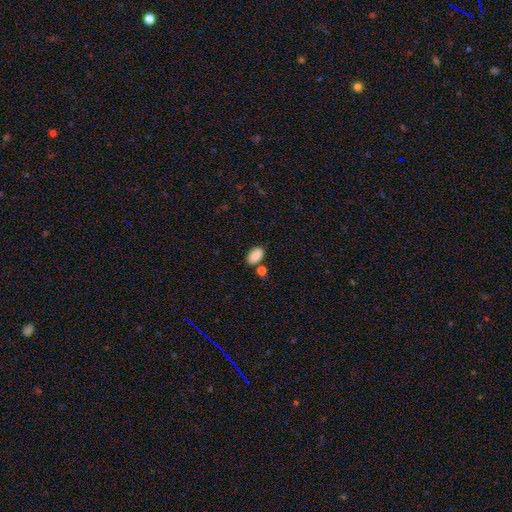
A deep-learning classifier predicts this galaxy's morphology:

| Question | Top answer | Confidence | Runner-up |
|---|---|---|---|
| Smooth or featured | smooth | 88% | star or artifact (7%) |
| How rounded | in between | 93% | round (6%) |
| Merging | none | 75% | minor disturbance (12%) |